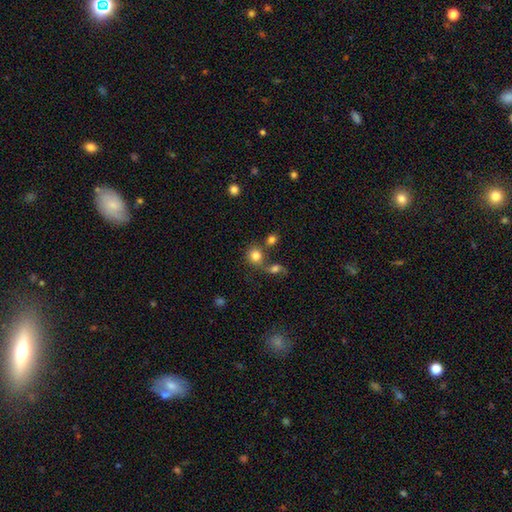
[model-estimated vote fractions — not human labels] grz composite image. It shows a smooth galaxy with no disk features (81%) that is round (85%). Merging: none (56%).